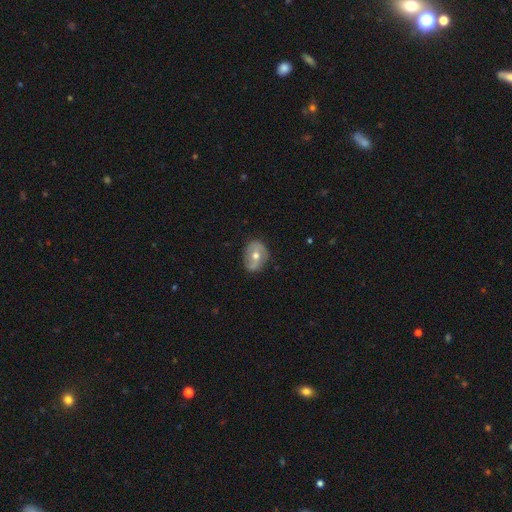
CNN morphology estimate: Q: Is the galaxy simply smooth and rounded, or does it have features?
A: featured or disk — 65%.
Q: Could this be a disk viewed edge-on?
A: no — 95%.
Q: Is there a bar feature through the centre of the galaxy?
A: no — 40%.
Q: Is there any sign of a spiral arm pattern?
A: yes — 70%.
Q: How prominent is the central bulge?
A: moderate — 76%.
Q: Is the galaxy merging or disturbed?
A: none — 75%.